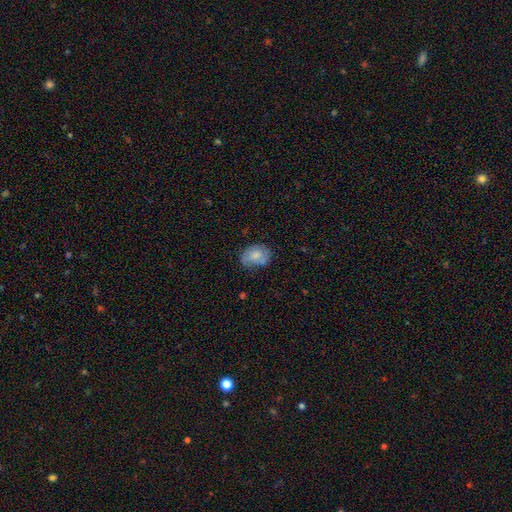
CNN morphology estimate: Overall: smooth (70%). How rounded: in between (68%; round 31%). Merging: none (60%; minor disturbance 28%).